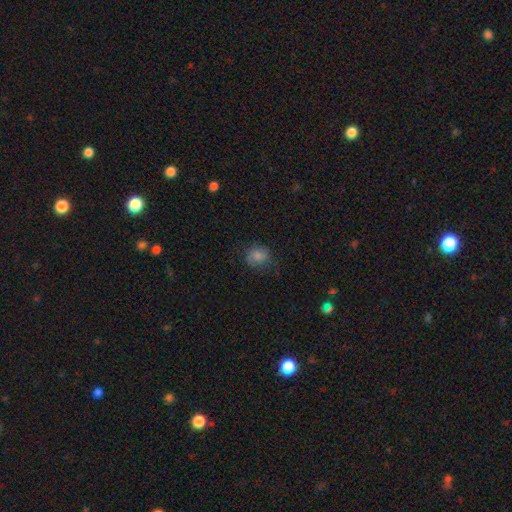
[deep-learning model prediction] Smooth or featured? Predicted: smooth (p=0.77). How rounded? Predicted: round (p=0.74). Merging? Predicted: none (p=0.74).